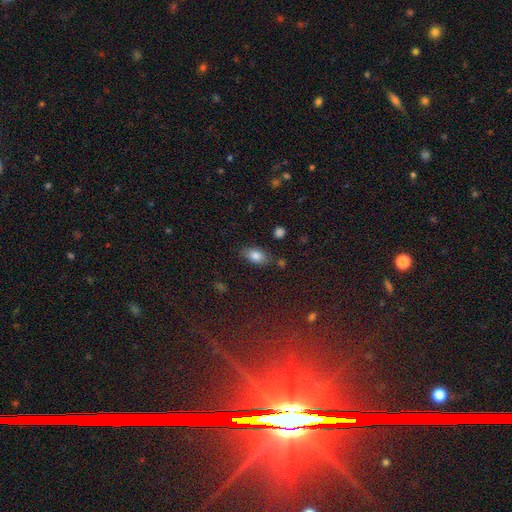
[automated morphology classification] A smooth galaxy with no disk features (81%) that is in between round and cigar-shaped (87%). Merging: none (76%).